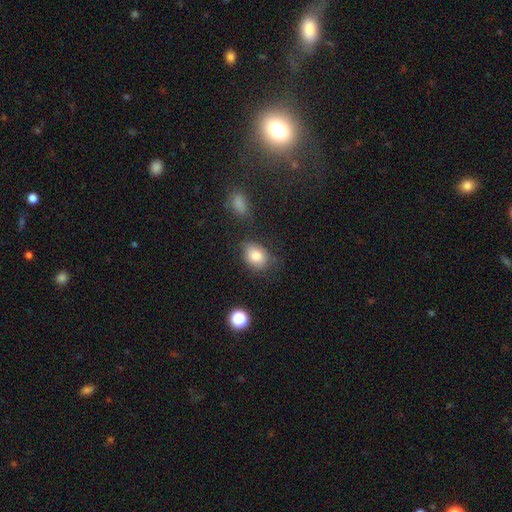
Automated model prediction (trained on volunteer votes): A smooth galaxy with no disk features (83%) that is in between round and cigar-shaped (72%).

Vote fractions:
- Smooth or featured? smooth: 83% / star or artifact: 9% / featured or disk: 8%
- How rounded? in between: 72% / round: 26% / cigar-shaped: 1%
- Merging? none: 65% / minor disturbance: 23% / major disturbance: 7% / merger: 5%